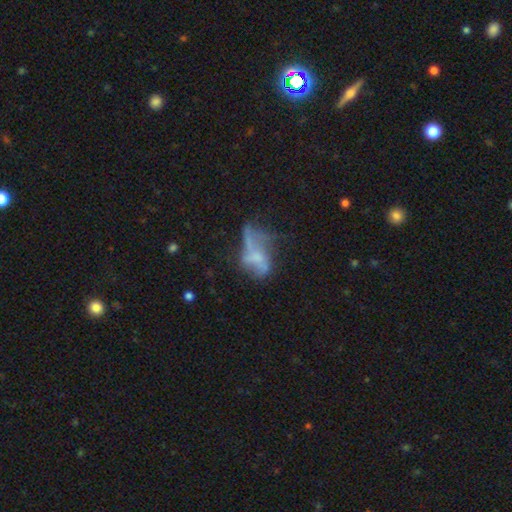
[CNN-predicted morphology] Q: Smooth or featured?
A: featured or disk (55%); runner-up: smooth (30%)
Q: Edge-on disk?
A: no (89%); runner-up: yes (11%)
Q: Merging?
A: major disturbance (39%); runner-up: none (30%)